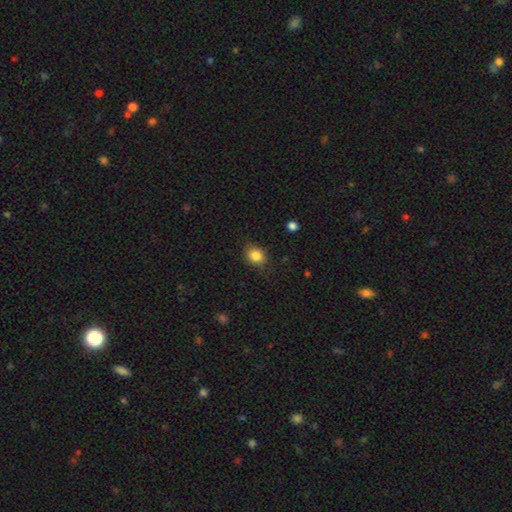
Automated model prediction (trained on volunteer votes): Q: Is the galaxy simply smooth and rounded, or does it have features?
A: smooth — 84%.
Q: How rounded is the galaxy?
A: round — 52%.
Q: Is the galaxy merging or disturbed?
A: none — 78%.